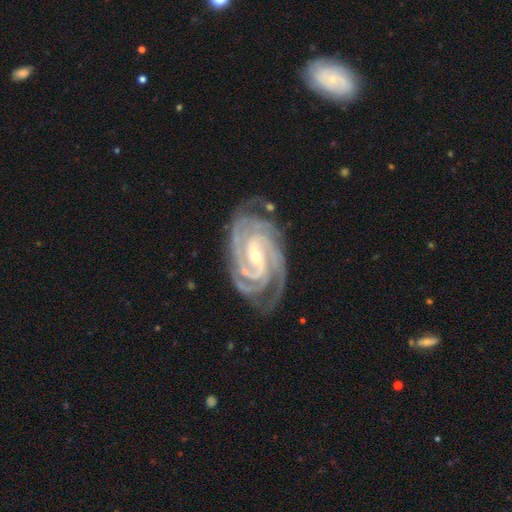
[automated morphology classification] Overall: featured or disk (94%). Edge-on disk: no (97%). Bar: weak (40%; strong 33%). Spiral arms: yes (99%). Spiral arm count: 3 (32%; 4 27%). Spiral winding: tight (73%). Bulge size: small (69%). Merging: none (76%).